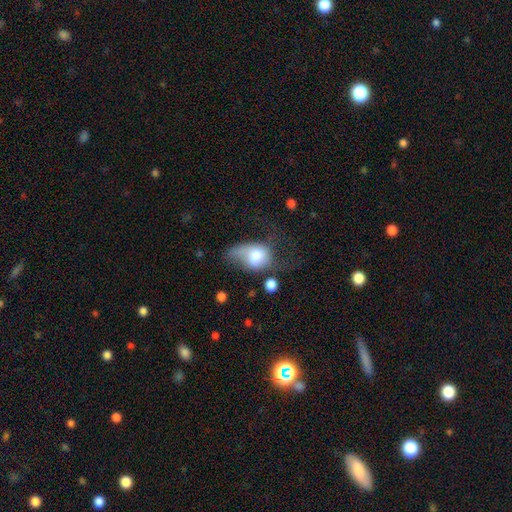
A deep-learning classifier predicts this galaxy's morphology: smooth-or-featured: smooth: 64% | featured or disk: 28% | star or artifact: 8%
  how-rounded: in between: 72% | round: 26% | cigar-shaped: 2%
  merging: major disturbance: 45% | minor disturbance: 25% | none: 19% | merger: 11%